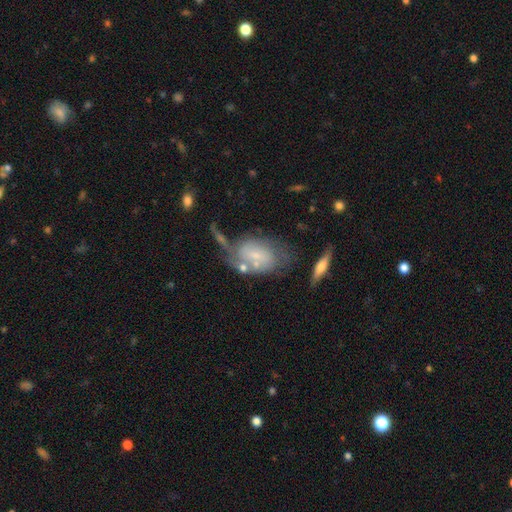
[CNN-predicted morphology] Q: Smooth or featured?
A: featured or disk (56%); runner-up: smooth (36%)
Q: Edge-on disk?
A: no (93%); runner-up: yes (7%)
Q: Bar?
A: no (59%); runner-up: weak (33%)
Q: Spiral arms?
A: yes (73%); runner-up: no (27%)
Q: Bulge size?
A: small (63%); runner-up: moderate (17%)
Q: Merging?
A: none (32%); runner-up: major disturbance (24%)